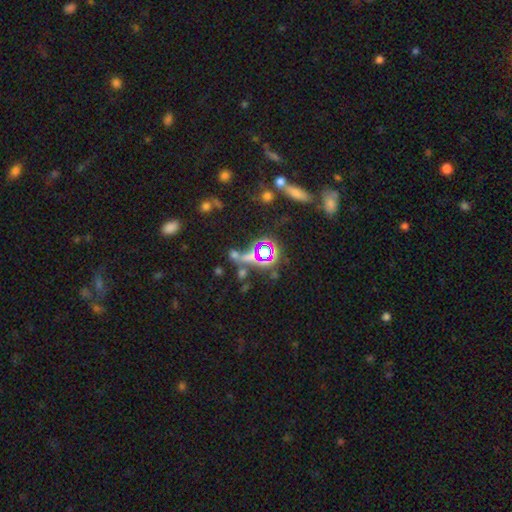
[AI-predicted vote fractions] Morphology: type=star or artifact (62%).